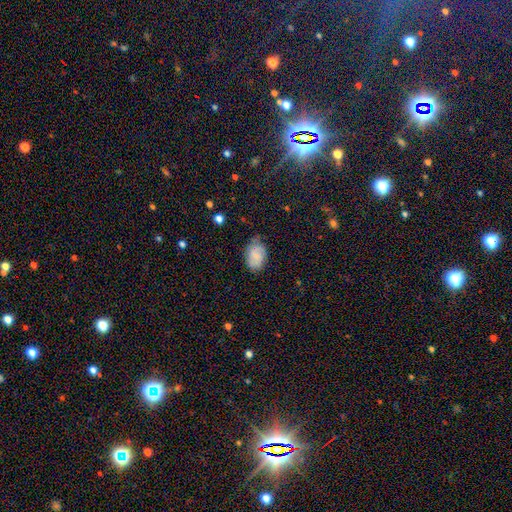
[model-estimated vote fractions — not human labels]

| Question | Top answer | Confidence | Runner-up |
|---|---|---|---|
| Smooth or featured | smooth | 71% | featured or disk (20%) |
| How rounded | in between | 88% | round (11%) |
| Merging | none | 63% | minor disturbance (29%) |